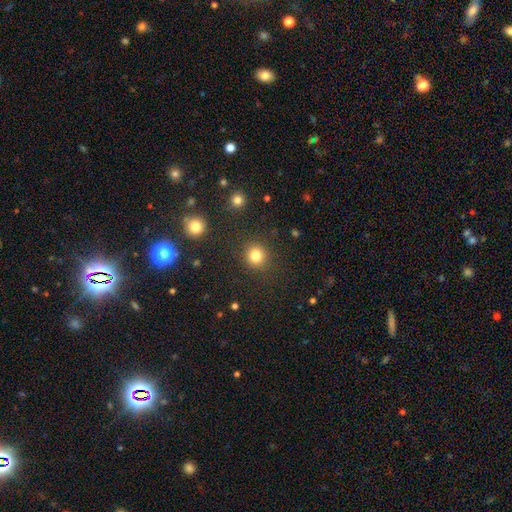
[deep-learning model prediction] Morphology: type=smooth (82%); roundness=round (90%); merging=none (88%).